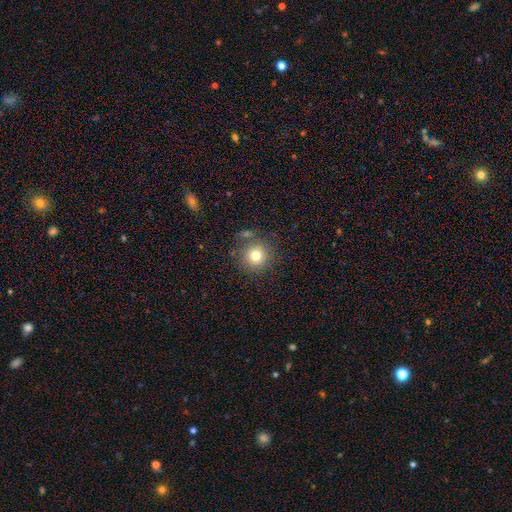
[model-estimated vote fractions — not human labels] This is likely a smooth galaxy (76%). How rounded: clearly round (94%). Merging: likely none (78%).